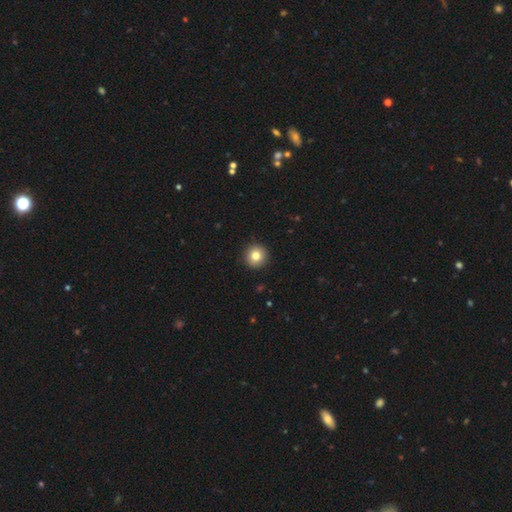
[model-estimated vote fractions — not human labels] Smooth or featured?
  - smooth: 82% *
  - star or artifact: 10%
  - featured or disk: 9%
How rounded?
  - round: 95% *
  - in between: 4%
  - cigar-shaped: 1%
Merging?
  - none: 93% *
  - minor disturbance: 4%
  - major disturbance: 1%
  - merger: 1%